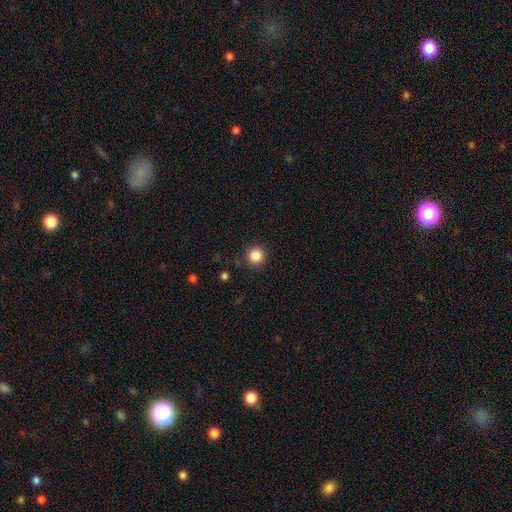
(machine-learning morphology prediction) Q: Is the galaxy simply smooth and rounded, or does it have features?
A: smooth — 86%.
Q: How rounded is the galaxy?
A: round — 96%.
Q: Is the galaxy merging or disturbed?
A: none — 91%.